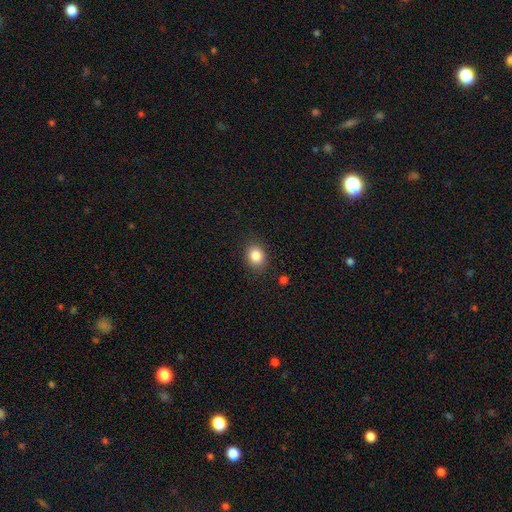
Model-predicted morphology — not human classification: A smooth galaxy with no disk features (85%) that is round (51%).

Vote fractions:
- Smooth or featured? smooth: 85% / star or artifact: 10% / featured or disk: 5%
- How rounded? round: 51% / in between: 48% / cigar-shaped: 1%
- Merging? none: 87% / minor disturbance: 9% / major disturbance: 3% / merger: 1%